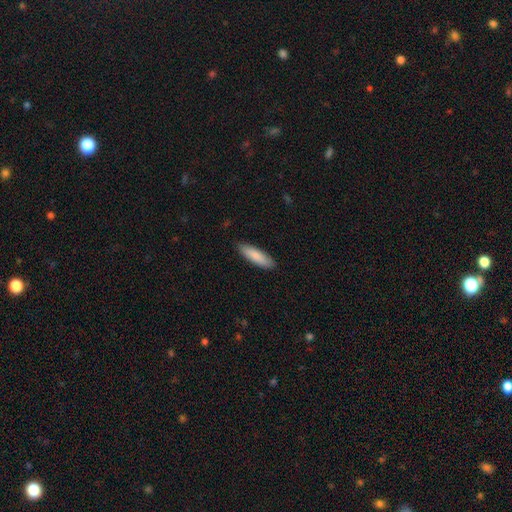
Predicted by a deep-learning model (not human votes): A smooth galaxy with no disk features (87%) that is cigar-shaped (58%). Merging: none (88%).